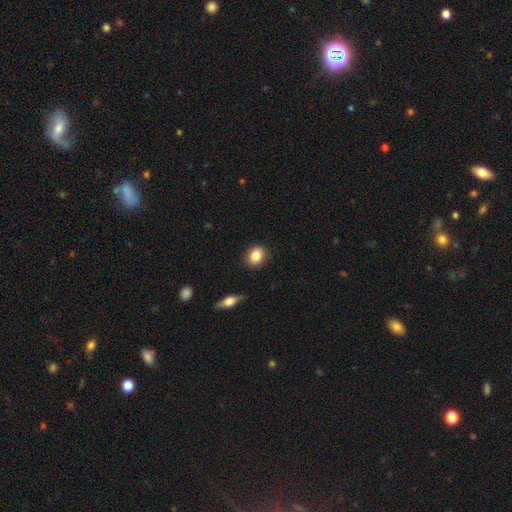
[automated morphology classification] smooth_or_featured: smooth (p=0.85) [alt: star or artifact p=0.08]
how_rounded: round (p=0.52) [alt: in between p=0.47]
merging: none (p=0.88) [alt: minor disturbance p=0.08]